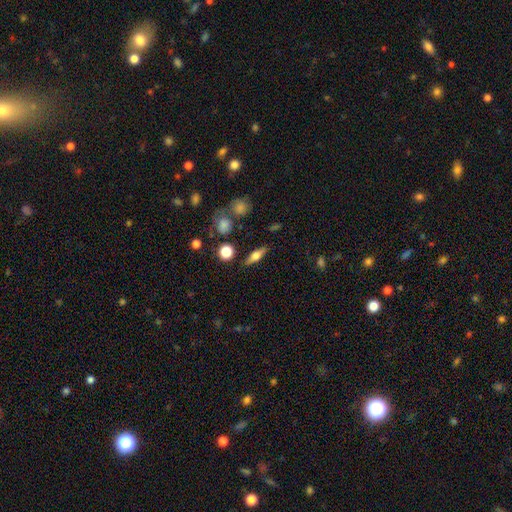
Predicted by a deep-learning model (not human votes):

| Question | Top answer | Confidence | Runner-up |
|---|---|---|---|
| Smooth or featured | smooth | 50% | featured or disk (41%) |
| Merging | none | 83% | minor disturbance (10%) |